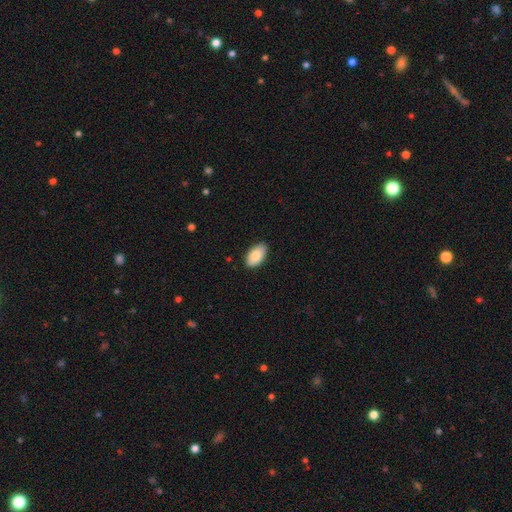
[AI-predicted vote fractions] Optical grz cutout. It shows a smooth galaxy with no disk features (84%) that is in between round and cigar-shaped (94%). Merging: none (86%).